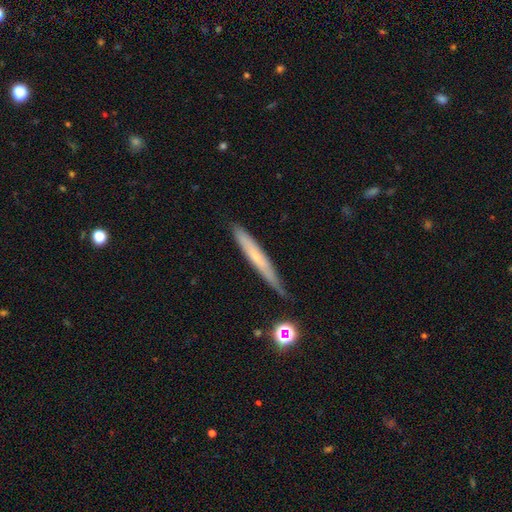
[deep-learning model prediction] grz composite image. It shows a smooth galaxy with no disk features (50%) that is cigar-shaped (95%). Merging: none (78%).